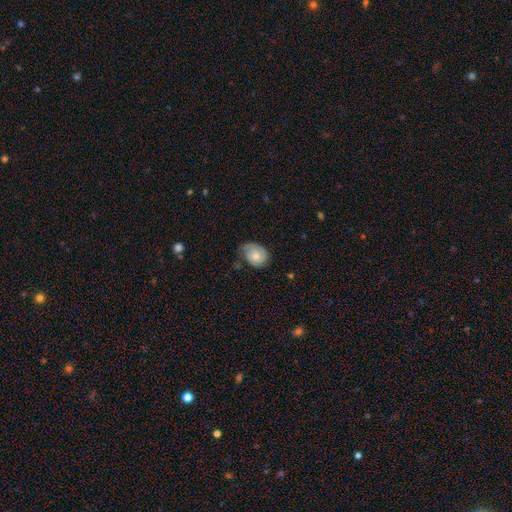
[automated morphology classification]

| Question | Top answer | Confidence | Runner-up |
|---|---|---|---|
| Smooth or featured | featured or disk | 47% | smooth (46%) |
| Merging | none | 50% | minor disturbance (33%) |